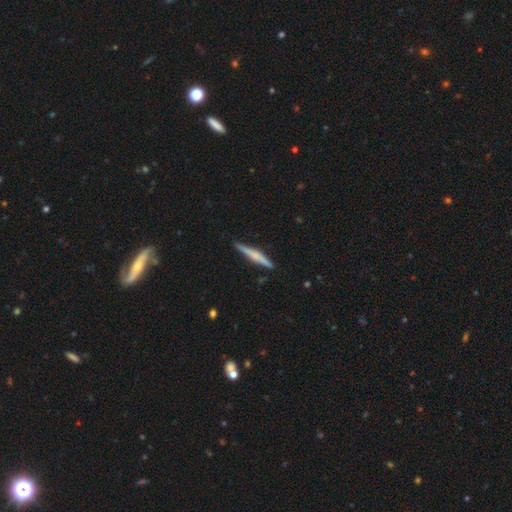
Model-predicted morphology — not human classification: featured or disk 54%, smooth 41%, star or artifact 6%. Down the decision tree: edge-on disk — yes (98%); edge-on bulge — rounded (53%); merging — none (90%).